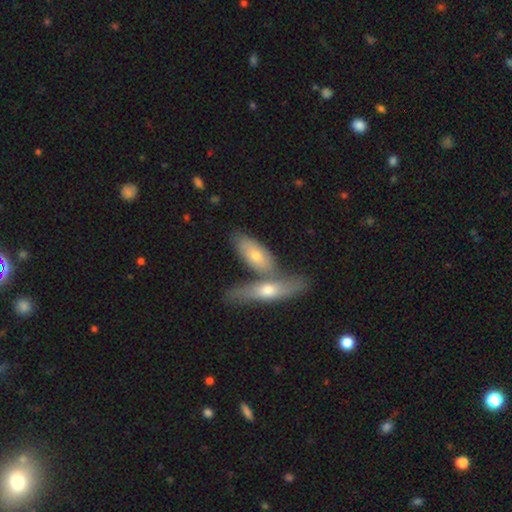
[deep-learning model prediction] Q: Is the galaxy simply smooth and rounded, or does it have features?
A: smooth — 58%.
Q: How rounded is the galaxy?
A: in between — 66%.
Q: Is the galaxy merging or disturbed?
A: merger — 46%.